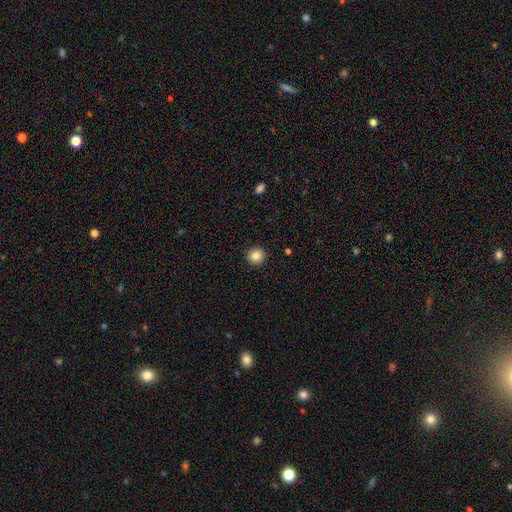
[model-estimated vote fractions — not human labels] Smooth or featured? Predicted: smooth (p=0.85). How rounded? Predicted: round (p=0.95). Merging? Predicted: none (p=0.93).